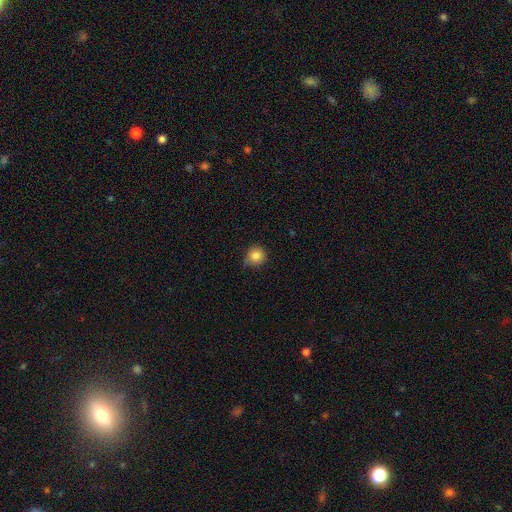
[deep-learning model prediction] Smooth or featured: smooth — 84% (star or artifact — 10%)
How rounded: round — 91% (in between — 8%)
Merging: none — 75% (minor disturbance — 20%)